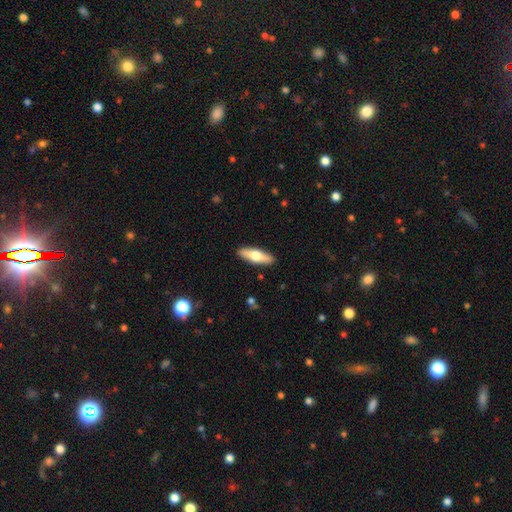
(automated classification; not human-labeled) Q: Smooth or featured?
A: smooth (55%); runner-up: featured or disk (40%)
Q: How rounded?
A: in between (49%); tied with: cigar-shaped (49%)
Q: Merging?
A: none (90%); runner-up: minor disturbance (7%)